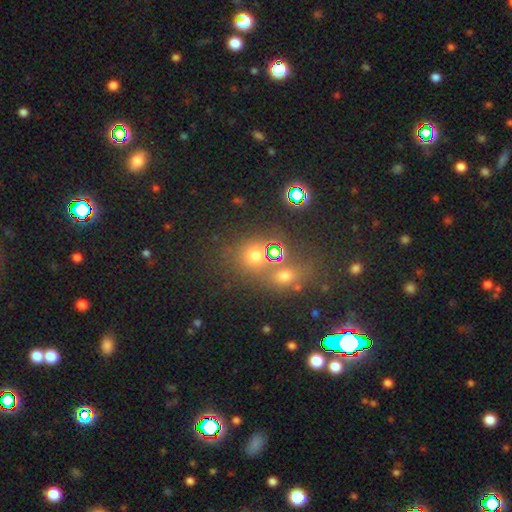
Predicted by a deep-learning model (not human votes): This is possibly a smooth galaxy (60%). How rounded: likely round (78%). Merging: possibly none (58%).